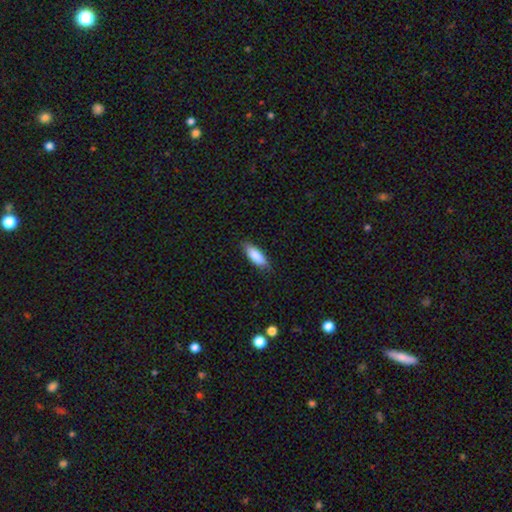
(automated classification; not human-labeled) Smooth or featured: smooth — 88% (featured or disk — 7%)
How rounded: in between — 64% (cigar-shaped — 35%)
Merging: none — 84% (minor disturbance — 13%)